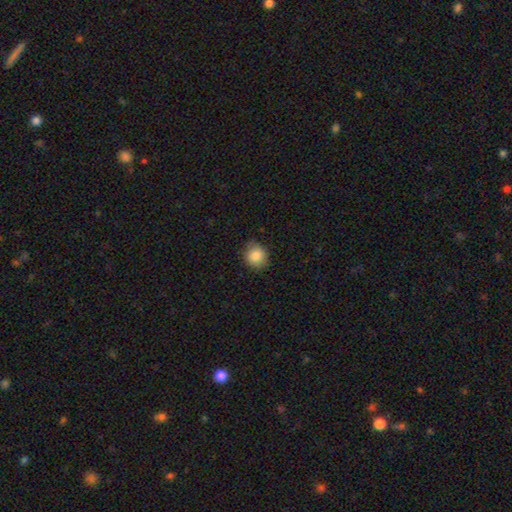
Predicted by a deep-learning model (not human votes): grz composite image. It shows a smooth galaxy with no disk features (86%) that is round (83%). Merging: none (84%).